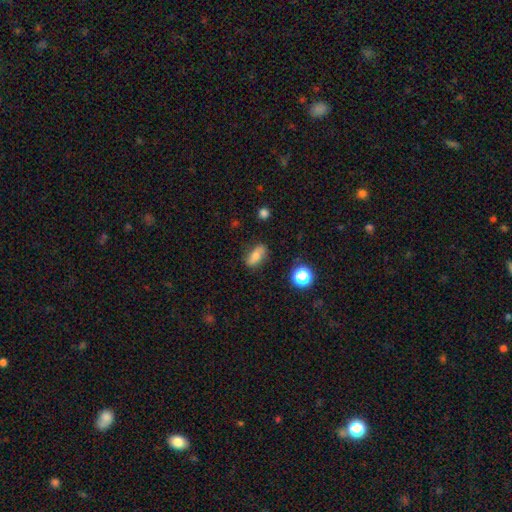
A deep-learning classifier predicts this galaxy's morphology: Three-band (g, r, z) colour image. It shows a smooth galaxy with no disk features (65%) that is in between round and cigar-shaped (77%). Merging: none (79%).